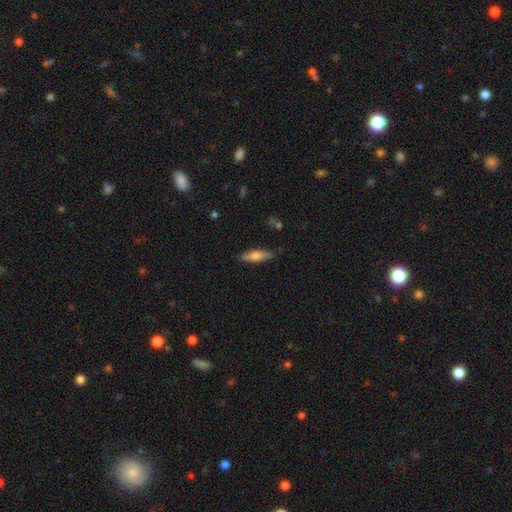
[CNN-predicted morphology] smooth 64%, featured or disk 30%, star or artifact 6%. Down the decision tree: how rounded — cigar-shaped (63%); merging — none (84%).